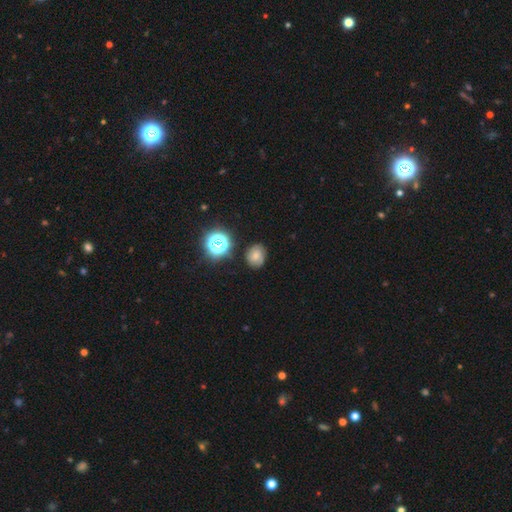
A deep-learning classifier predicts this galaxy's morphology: This appears to be a smooth galaxy with no disk features (52%) that is round (62%). Merging: none (77%).